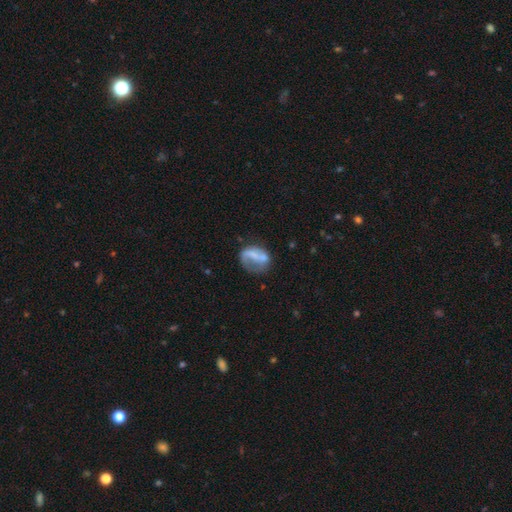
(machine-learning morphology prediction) A featured or disk galaxy (49%).

Vote fractions:
- Smooth or featured? featured or disk: 49% / smooth: 43% / star or artifact: 8%
- Merging? none: 36% / major disturbance: 32% / minor disturbance: 23% / merger: 9%